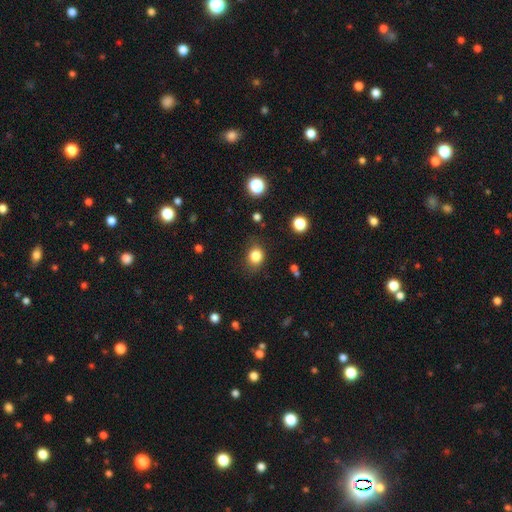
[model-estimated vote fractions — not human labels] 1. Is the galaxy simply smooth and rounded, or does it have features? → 83% smooth, 11% star or artifact, 6% featured or disk.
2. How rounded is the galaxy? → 64% round, 35% in between, 1% cigar-shaped.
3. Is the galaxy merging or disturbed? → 77% none, 16% minor disturbance, 5% major disturbance, 2% merger.